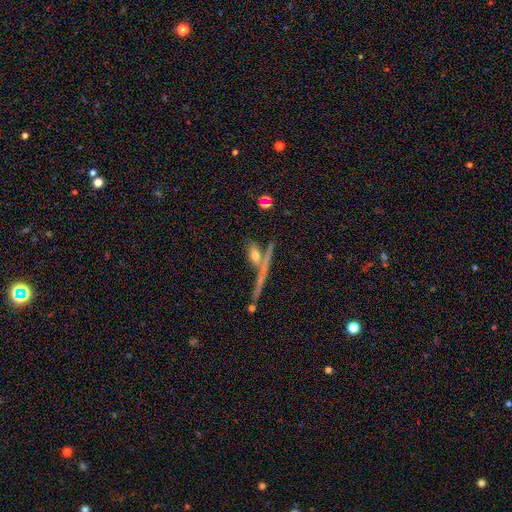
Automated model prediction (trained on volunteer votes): Q: Smooth or featured?
A: smooth (54%); runner-up: featured or disk (34%)
Q: How rounded?
A: cigar-shaped (50%); runner-up: in between (39%)
Q: Merging?
A: none (57%); runner-up: merger (24%)